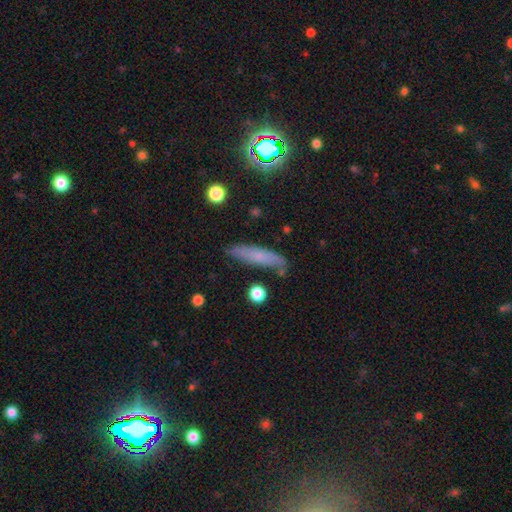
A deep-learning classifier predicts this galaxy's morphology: Smooth or featured? smooth (61%)
How rounded? cigar-shaped (73%)
Merging? none (73%)